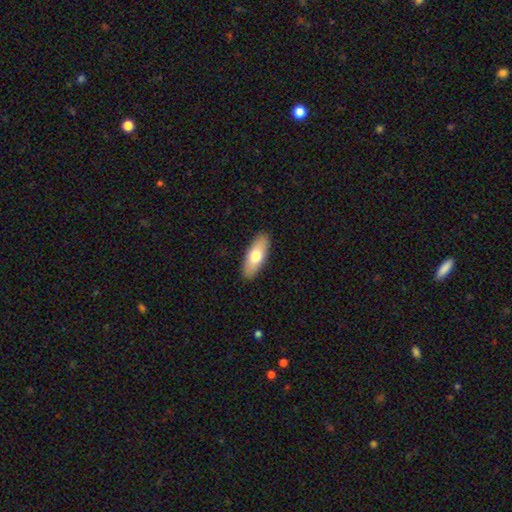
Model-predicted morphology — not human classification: Smooth or featured: smooth — 70% (featured or disk — 24%)
How rounded: in between — 72% (cigar-shaped — 26%)
Merging: none — 90% (minor disturbance — 7%)